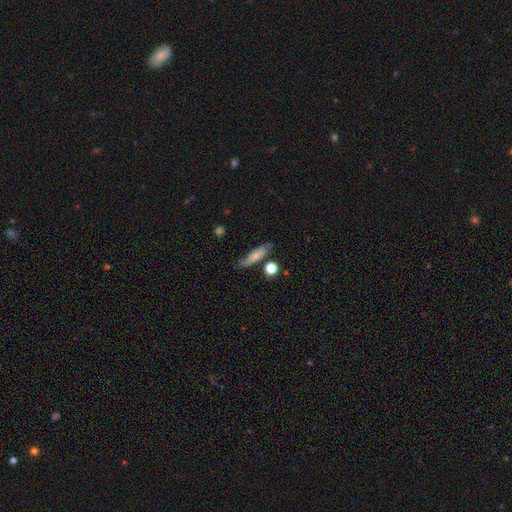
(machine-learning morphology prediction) Overall: smooth (69%). How rounded: cigar-shaped (66%; in between 30%). Merging: none (68%).